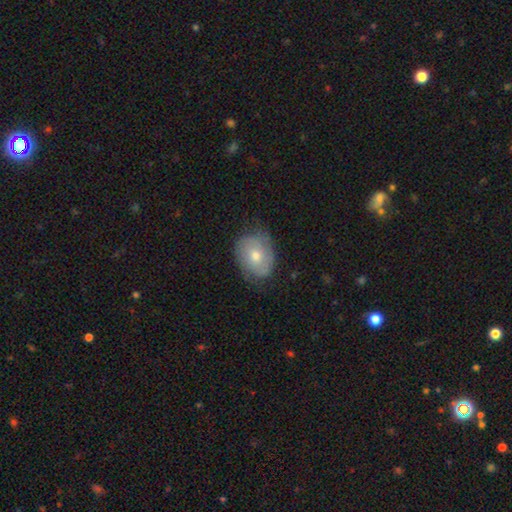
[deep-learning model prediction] This appears to be a smooth galaxy with no disk features (49%). Merging: none (66%).